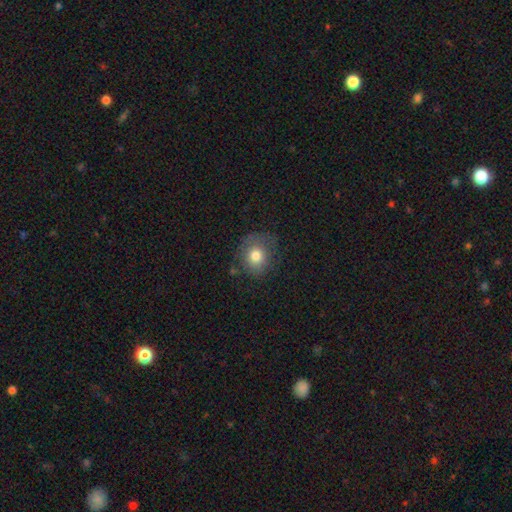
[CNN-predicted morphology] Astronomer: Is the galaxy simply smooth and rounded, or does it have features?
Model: smooth — 75%.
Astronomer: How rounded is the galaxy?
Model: round — 77%.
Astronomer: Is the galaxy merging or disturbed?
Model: none — 69%.